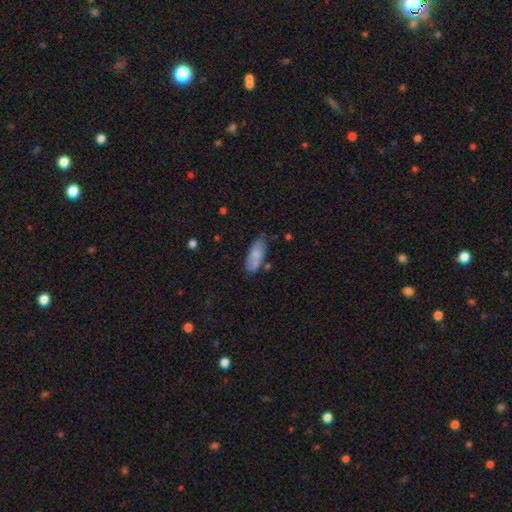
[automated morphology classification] The model was most divided on "merging": none: 64%, minor disturbance: 24%, merger: 7%, major disturbance: 5%. More confident: how rounded — in between (82%); smooth or featured — smooth (74%).